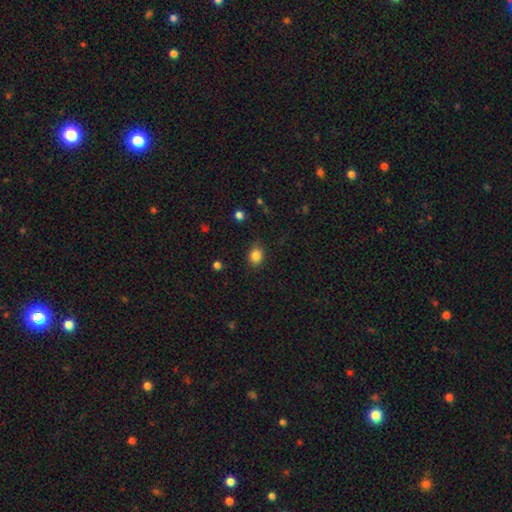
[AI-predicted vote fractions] smooth-or-featured: smooth: 85% | star or artifact: 11% | featured or disk: 5%
  how-rounded: round: 55% | in between: 44% | cigar-shaped: 1%
  merging: none: 83% | minor disturbance: 13% | major disturbance: 3% | merger: 1%